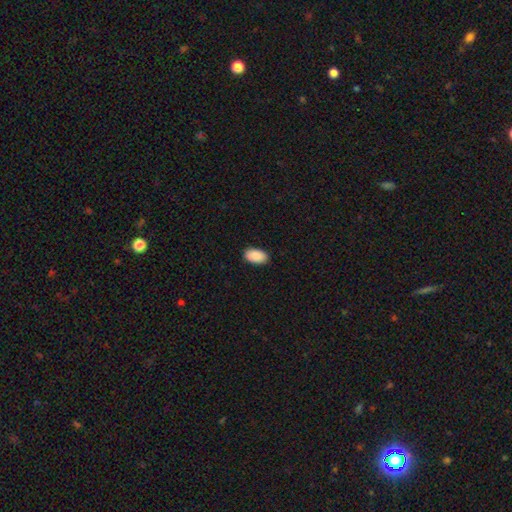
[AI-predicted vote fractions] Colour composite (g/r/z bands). It shows a smooth galaxy with no disk features (90%) that is in between round and cigar-shaped (95%). Merging: none (89%).